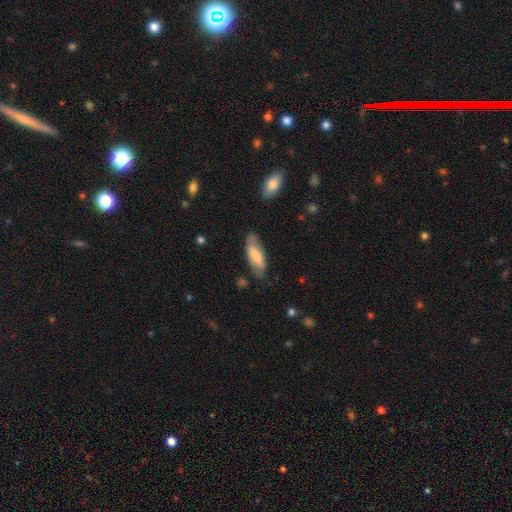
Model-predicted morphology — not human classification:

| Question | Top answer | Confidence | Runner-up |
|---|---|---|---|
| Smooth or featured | smooth | 68% | featured or disk (26%) |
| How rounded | in between | 66% | cigar-shaped (33%) |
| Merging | none | 72% | minor disturbance (21%) |